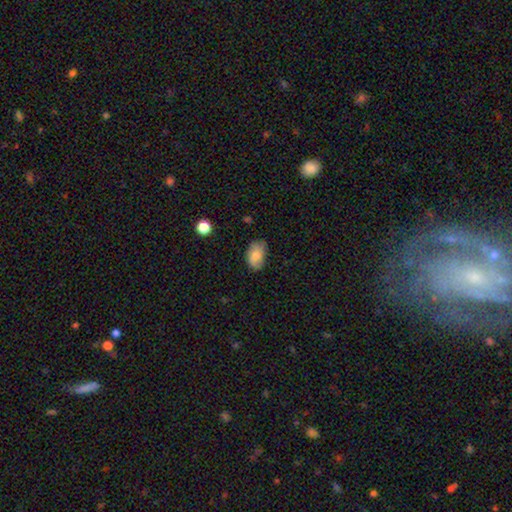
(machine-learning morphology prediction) Smooth or featured?
  - smooth: 78% *
  - featured or disk: 15%
  - star or artifact: 8%
How rounded?
  - in between: 89% *
  - round: 10%
  - cigar-shaped: 1%
Merging?
  - none: 68% *
  - minor disturbance: 26%
  - major disturbance: 5%
  - merger: 1%